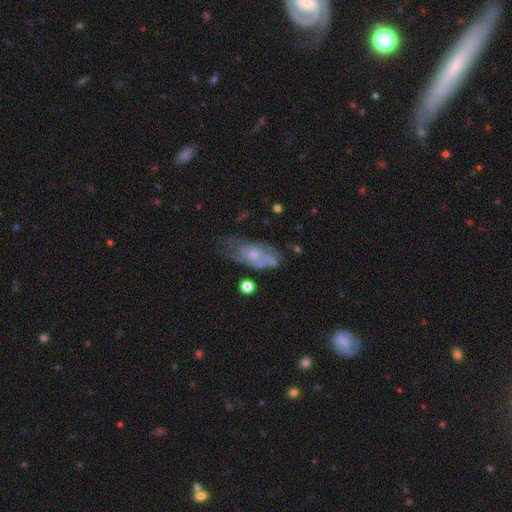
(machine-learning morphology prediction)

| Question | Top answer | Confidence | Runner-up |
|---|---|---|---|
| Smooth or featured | featured or disk | 71% | smooth (21%) |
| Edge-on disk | no | 91% | yes (9%) |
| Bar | no | 74% | weak (23%) |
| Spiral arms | yes | 76% | no (24%) |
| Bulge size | moderate | 43% | small (42%) |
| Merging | none | 53% | minor disturbance (26%) |